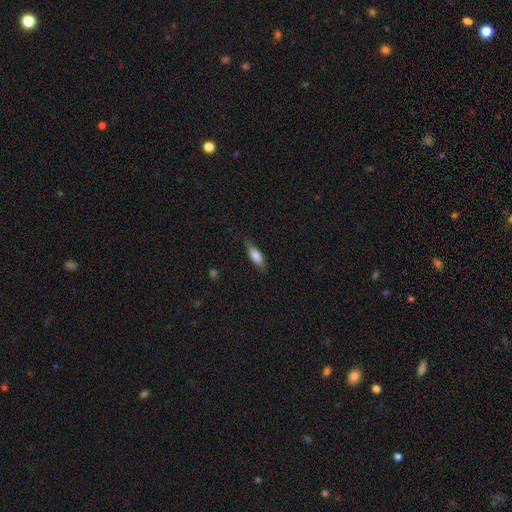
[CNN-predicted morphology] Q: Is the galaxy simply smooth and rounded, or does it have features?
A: smooth — 71%.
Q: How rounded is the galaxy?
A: in between — 53%.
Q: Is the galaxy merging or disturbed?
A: none — 79%.